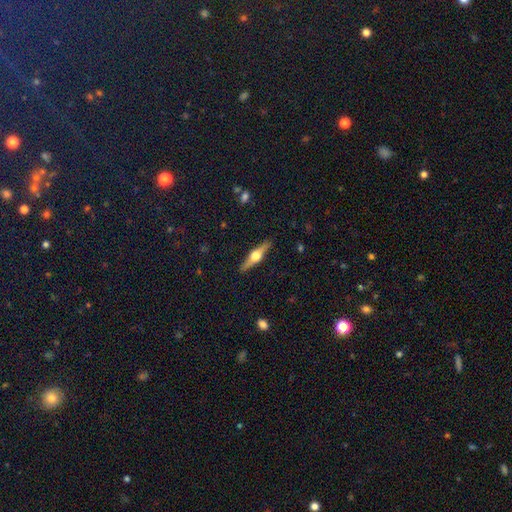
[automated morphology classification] Overall: featured or disk (71%). Edge-on disk: yes (97%). Edge-on bulge: rounded (95%). Merging: none (91%).